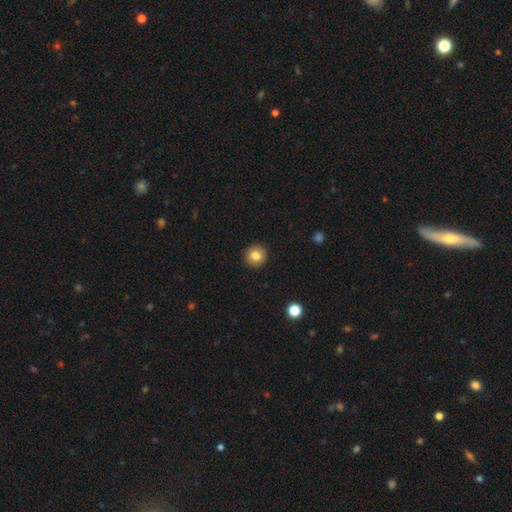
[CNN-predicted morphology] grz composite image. It shows a smooth galaxy with no disk features (82%) that is round (94%). Merging: none (93%).